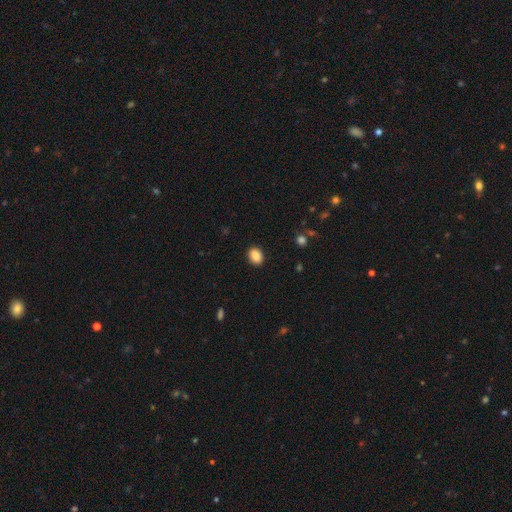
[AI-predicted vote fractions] Smooth or featured: smooth — 89% (star or artifact — 8%)
How rounded: in between — 64% (round — 35%)
Merging: none — 89% (minor disturbance — 7%)